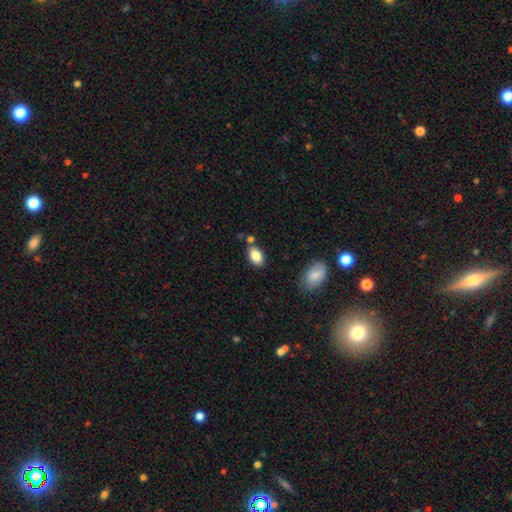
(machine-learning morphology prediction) This is clearly a smooth galaxy (84%). How rounded: clearly in between (89%). Merging: likely none (76%).